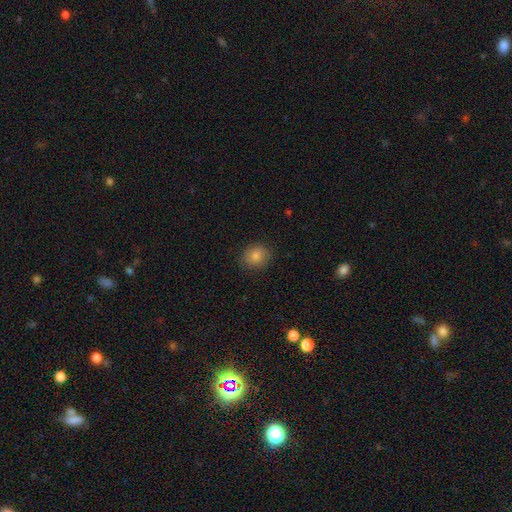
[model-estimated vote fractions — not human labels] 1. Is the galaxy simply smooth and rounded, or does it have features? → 80% smooth, 12% star or artifact, 8% featured or disk.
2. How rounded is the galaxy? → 79% round, 20% in between, 1% cigar-shaped.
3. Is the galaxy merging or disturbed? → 87% none, 10% minor disturbance, 3% major disturbance, 1% merger.